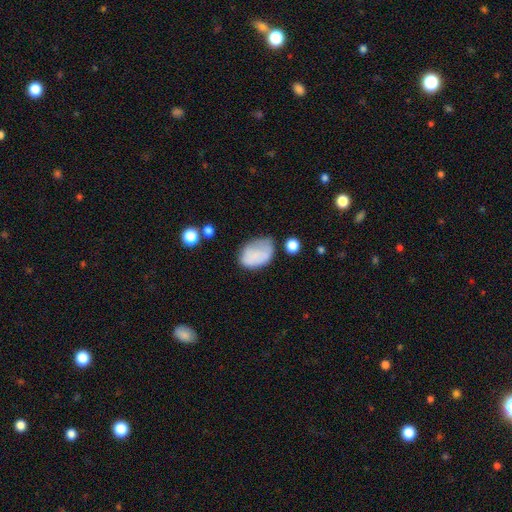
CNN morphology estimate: smooth 76%, featured or disk 15%, star or artifact 9%. Down the decision tree: how rounded — in between (84%); merging — none (44%).